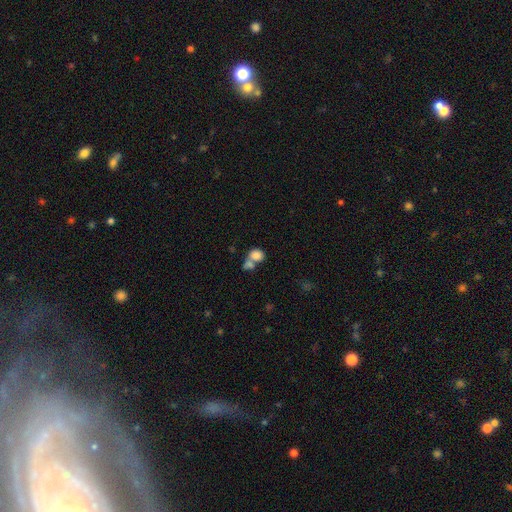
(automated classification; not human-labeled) A smooth galaxy with no disk features (81%) that is round (55%). Merging: merger (56%).